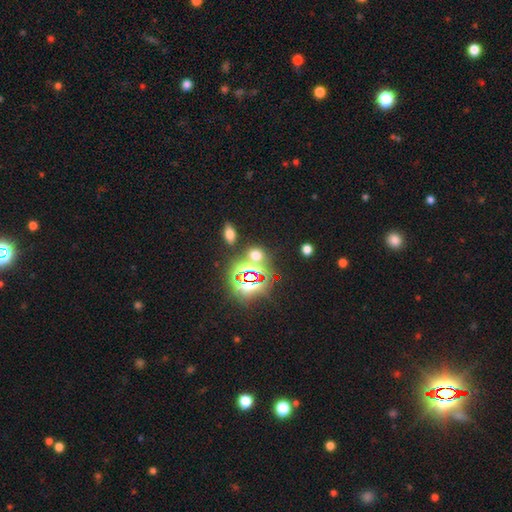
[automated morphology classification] The model was most divided on "smooth or featured": star or artifact: 50%, smooth: 43%, featured or disk: 8%.